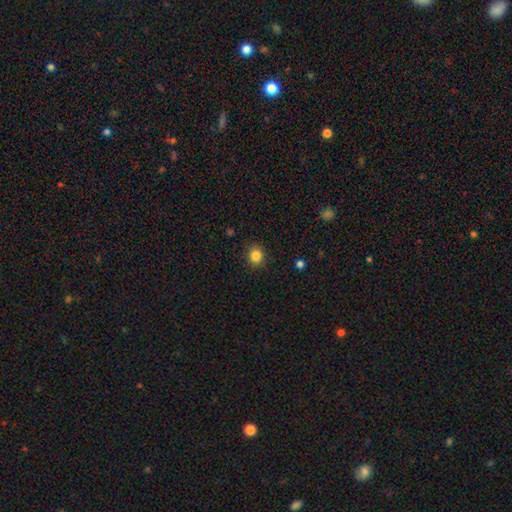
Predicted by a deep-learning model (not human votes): smooth_or_featured: smooth (p=0.84) [alt: star or artifact p=0.11]
how_rounded: round (p=0.85) [alt: in between p=0.15]
merging: none (p=0.90) [alt: minor disturbance p=0.07]